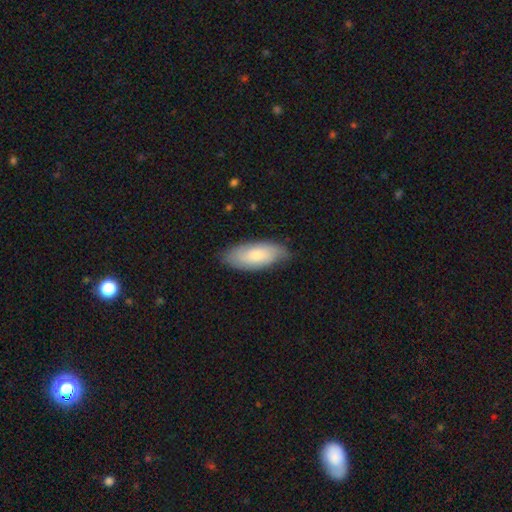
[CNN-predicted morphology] This appears to be a smooth galaxy with no disk features (71%) that is in between round and cigar-shaped (85%). Merging: none (78%).